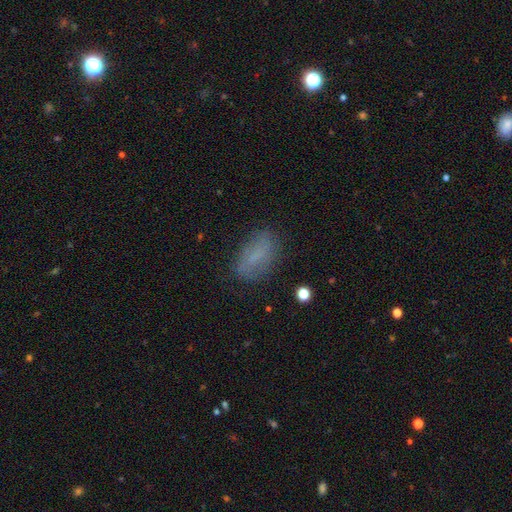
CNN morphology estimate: smooth 68%, featured or disk 18%, star or artifact 14%. Down the decision tree: how rounded — in between (87%); merging — none (77%).